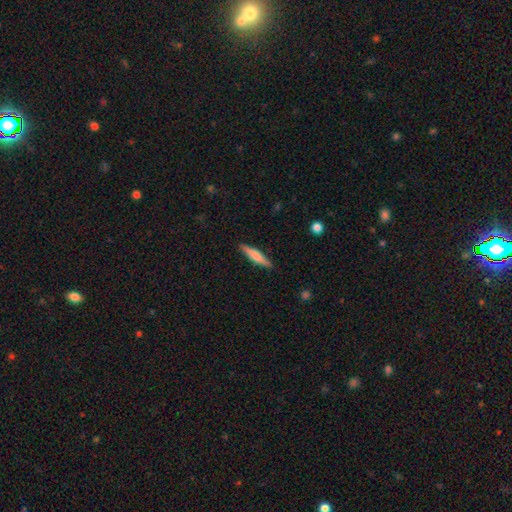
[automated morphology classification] Q: Smooth or featured?
A: smooth (61%); runner-up: featured or disk (33%)
Q: How rounded?
A: cigar-shaped (86%); runner-up: in between (12%)
Q: Merging?
A: none (89%); runner-up: minor disturbance (8%)